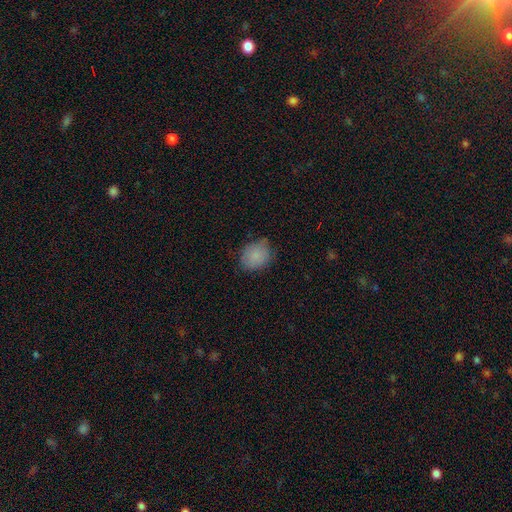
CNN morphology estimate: smooth-or-featured: smooth: 85% | star or artifact: 8% | featured or disk: 7%
  how-rounded: round: 50% | in between: 49% | cigar-shaped: 1%
  merging: none: 69% | minor disturbance: 25% | major disturbance: 5% | merger: 1%